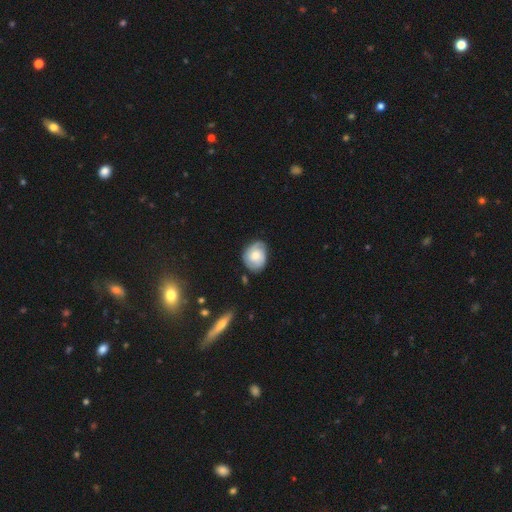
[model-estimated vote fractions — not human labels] A featured or disk galaxy (52%). Merging: none (69%).